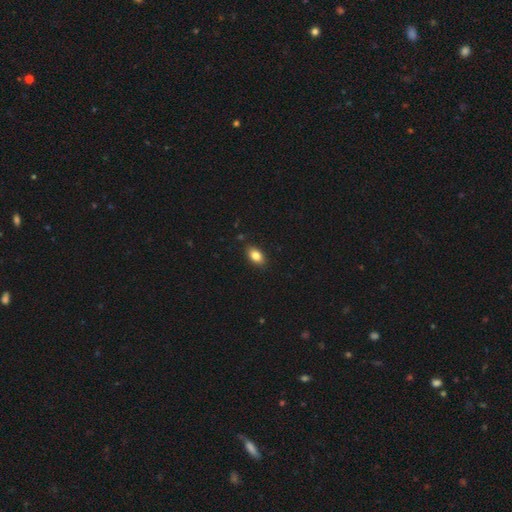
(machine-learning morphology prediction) smooth 83%, featured or disk 9%, star or artifact 8%. Down the decision tree: how rounded — in between (88%); merging — none (87%).